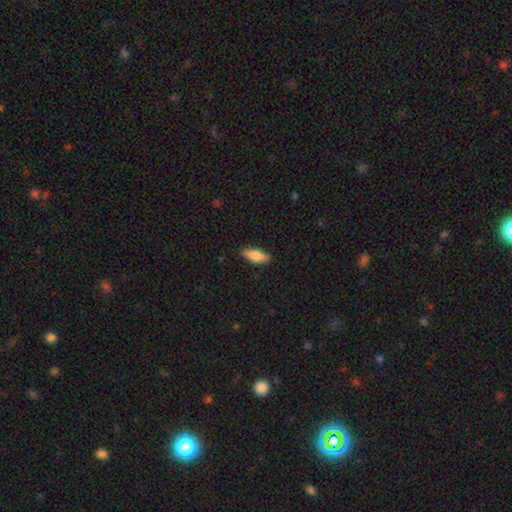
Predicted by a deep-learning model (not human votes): Morphology: type=smooth (83%); roundness=in between (74%); merging=none (86%).